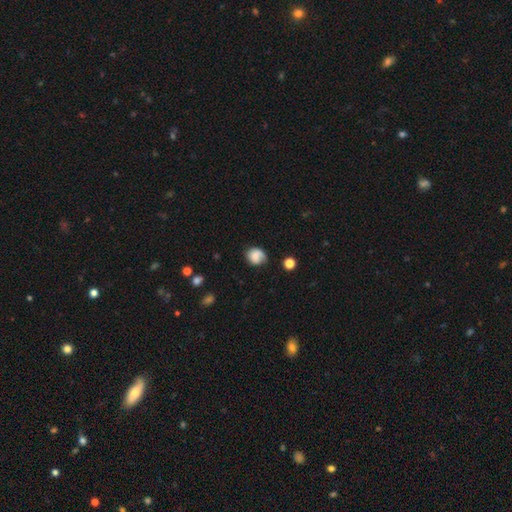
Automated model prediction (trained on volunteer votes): smooth-or-featured: smooth: 63% | featured or disk: 28% | star or artifact: 9%
  how-rounded: round: 59% | in between: 40% | cigar-shaped: 1%
  merging: none: 54% | minor disturbance: 28% | major disturbance: 14% | merger: 3%